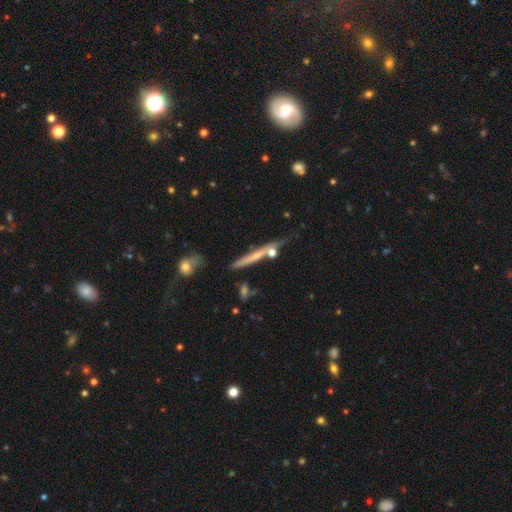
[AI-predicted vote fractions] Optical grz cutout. It shows a featured or disk galaxy (53%) viewed edge-on (91%). Merging: none (64%).